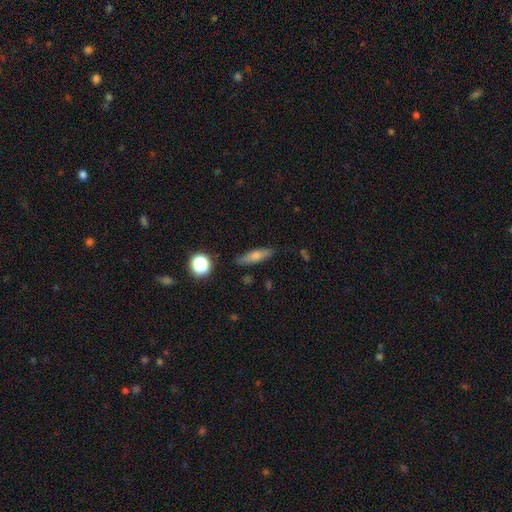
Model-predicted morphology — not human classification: The model was most divided on "how rounded": cigar-shaped: 62%, in between: 34%, round: 5%. More confident: merging — none (84%); smooth or featured — smooth (64%).